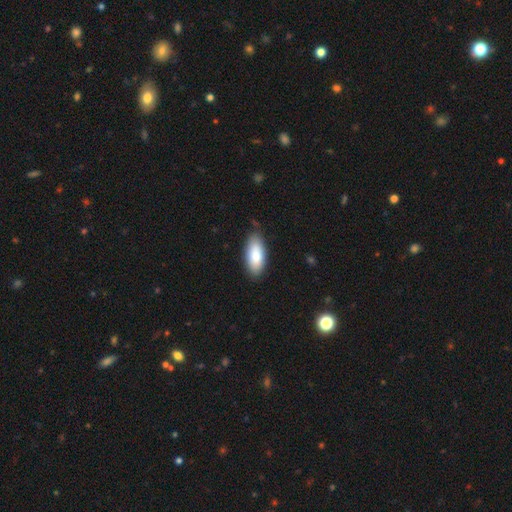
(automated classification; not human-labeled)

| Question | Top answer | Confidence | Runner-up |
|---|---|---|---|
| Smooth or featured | smooth | 84% | featured or disk (10%) |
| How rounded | in between | 87% | cigar-shaped (11%) |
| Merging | none | 83% | minor disturbance (13%) |